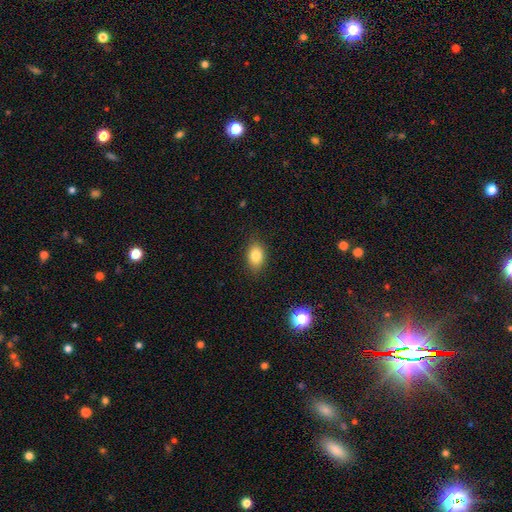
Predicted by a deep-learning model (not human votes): A smooth galaxy with no disk features (82%) that is in between round and cigar-shaped (80%).

Vote fractions:
- Smooth or featured? smooth: 82% / star or artifact: 10% / featured or disk: 8%
- How rounded? in between: 80% / round: 18% / cigar-shaped: 2%
- Merging? none: 85% / minor disturbance: 11% / major disturbance: 3% / merger: 1%